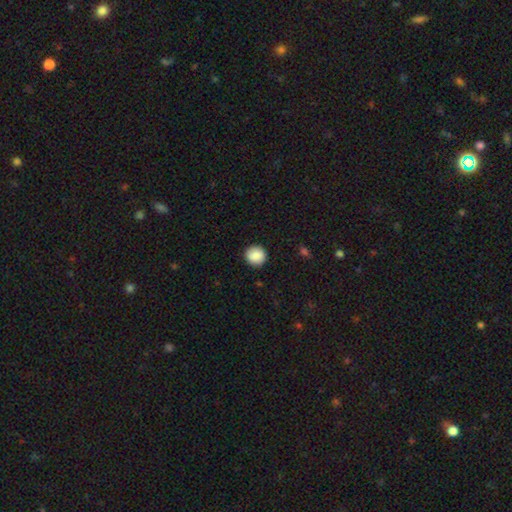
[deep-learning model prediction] This appears to be a smooth galaxy with no disk features (88%) that is round (91%). Merging: none (90%).